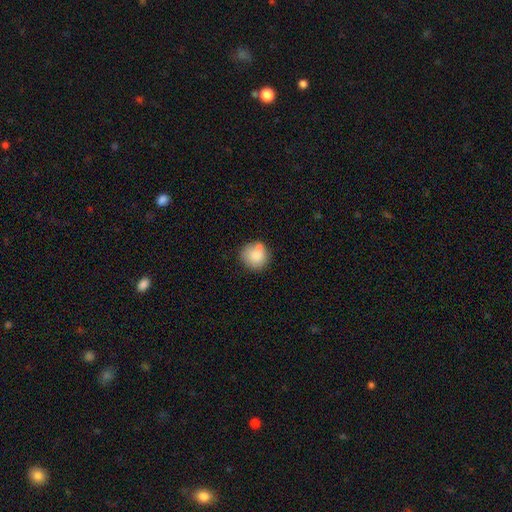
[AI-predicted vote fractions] Smooth or featured?
  - smooth: 80% *
  - featured or disk: 11%
  - star or artifact: 8%
How rounded?
  - round: 92% *
  - in between: 7%
  - cigar-shaped: 1%
Merging?
  - none: 69% *
  - minor disturbance: 14%
  - merger: 14%
  - major disturbance: 3%